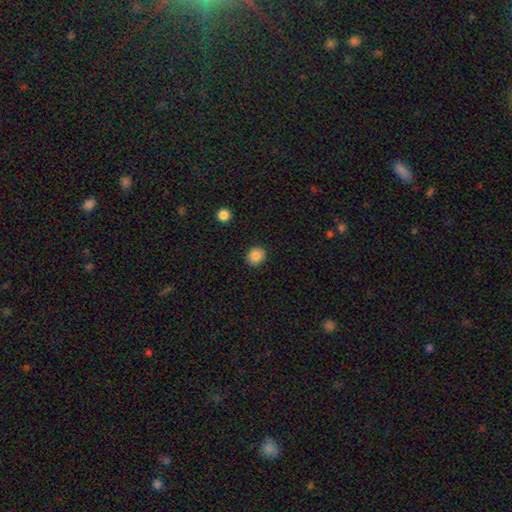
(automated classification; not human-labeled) Q: Smooth or featured?
A: smooth (86%); runner-up: star or artifact (9%)
Q: How rounded?
A: round (77%); runner-up: in between (22%)
Q: Merging?
A: none (91%); runner-up: minor disturbance (6%)